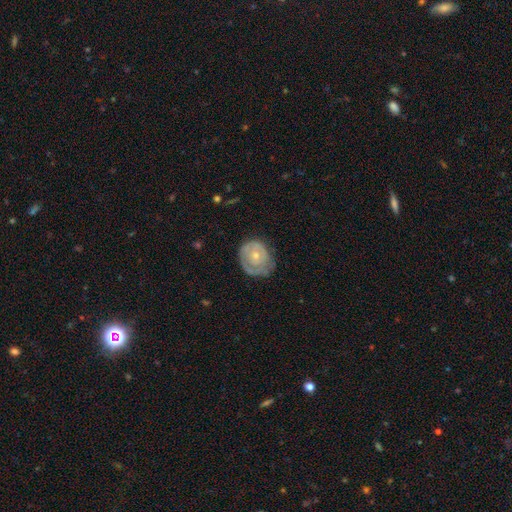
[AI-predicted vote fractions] Smooth or featured?
  - featured or disk: 57% *
  - smooth: 37%
  - star or artifact: 6%
Edge-on disk?
  - no: 97% *
  - yes: 3%
Bar?
  - no: 85% *
  - weak: 12%
  - strong: 2%
Spiral arms?
  - yes: 56% *
  - no: 44%
Bulge size?
  - small: 55% *
  - moderate: 41%
  - none: 2%
  - large: 2%
  - dominant: 1%
Merging?
  - none: 60% *
  - minor disturbance: 27%
  - major disturbance: 11%
  - merger: 1%